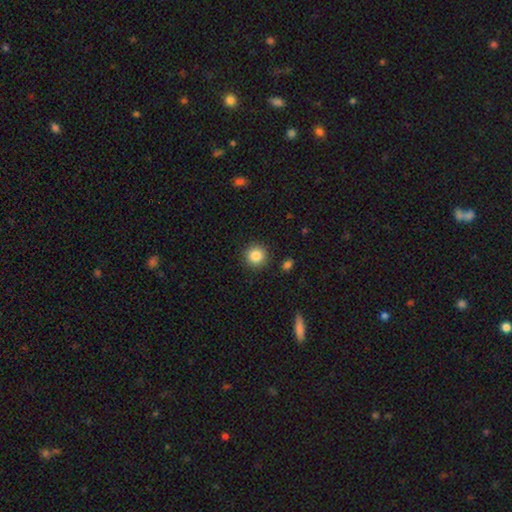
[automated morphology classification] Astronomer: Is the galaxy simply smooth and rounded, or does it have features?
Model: smooth — 85%.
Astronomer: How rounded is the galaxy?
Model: round — 94%.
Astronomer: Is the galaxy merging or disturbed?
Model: none — 90%.